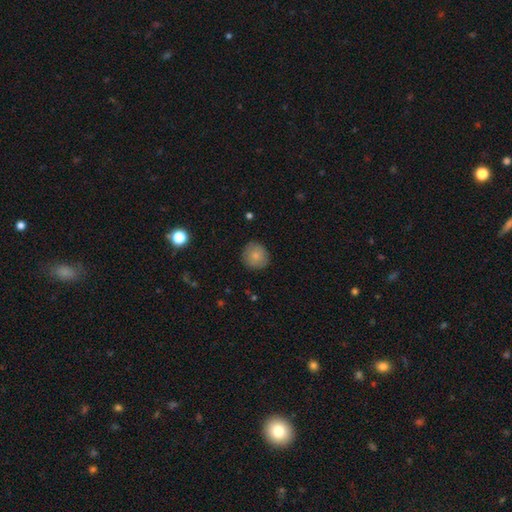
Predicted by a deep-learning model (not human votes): smooth_or_featured: smooth (p=0.81) [alt: featured or disk p=0.11]
how_rounded: round (p=0.90) [alt: in between p=0.09]
merging: none (p=0.85) [alt: minor disturbance p=0.11]